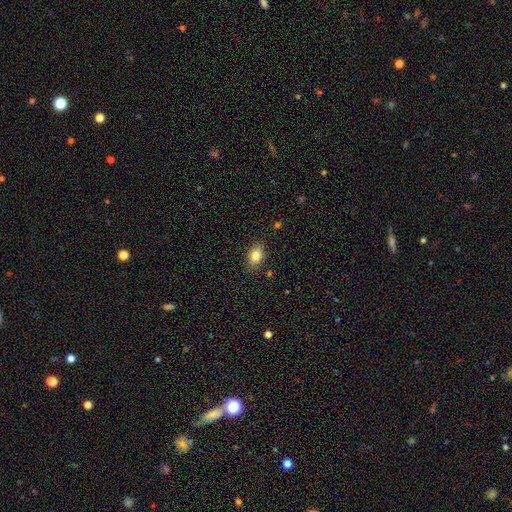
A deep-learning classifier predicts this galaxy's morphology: smooth-or-featured: smooth: 82% | featured or disk: 9% | star or artifact: 9%
  how-rounded: in between: 84% | round: 14% | cigar-shaped: 2%
  merging: none: 85% | minor disturbance: 11% | major disturbance: 2% | merger: 1%